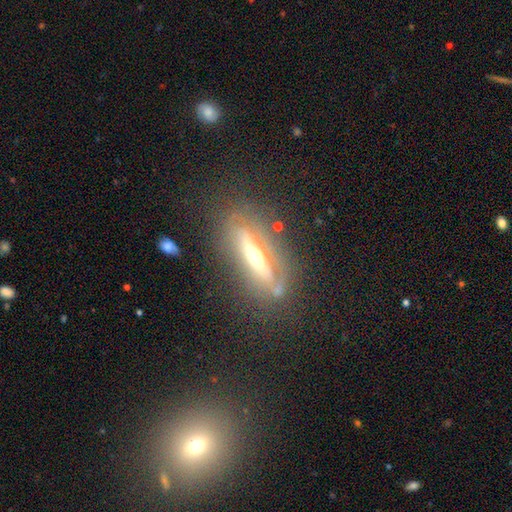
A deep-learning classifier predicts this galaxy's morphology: The model was most divided on "edge-on disk": yes: 77%, no: 23%. More confident: edge-on bulge — rounded (83%); merging — none (73%); smooth or featured — featured or disk (73%).